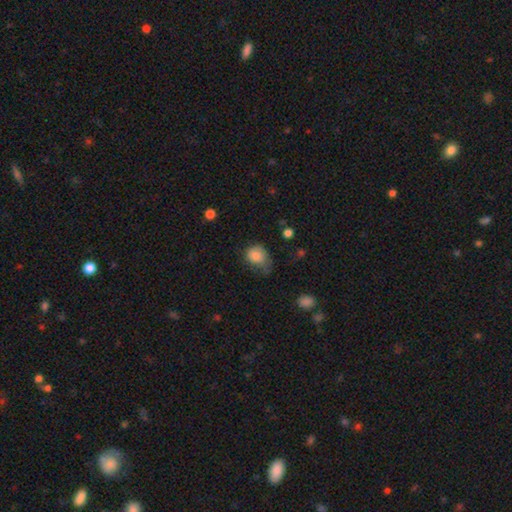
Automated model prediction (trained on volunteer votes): The model was most divided on "merging" (2-way tie): minor disturbance: 38%, none: 38%, major disturbance: 21%, merger: 3%. More confident: smooth or featured — smooth (82%); how rounded — round (53%).